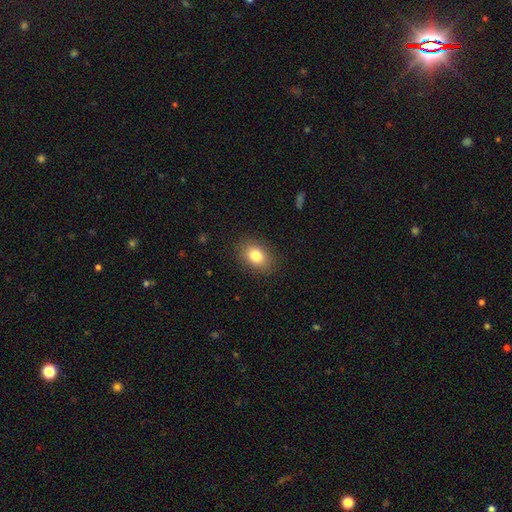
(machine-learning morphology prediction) Overall: smooth (81%). How rounded: in between (73%). Merging: none (87%).